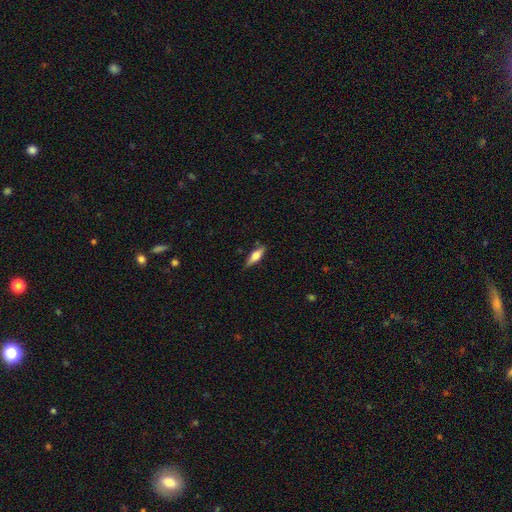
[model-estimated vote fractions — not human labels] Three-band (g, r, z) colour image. It shows a smooth galaxy with no disk features (53%) that is in between round and cigar-shaped (50%). Merging: none (83%).